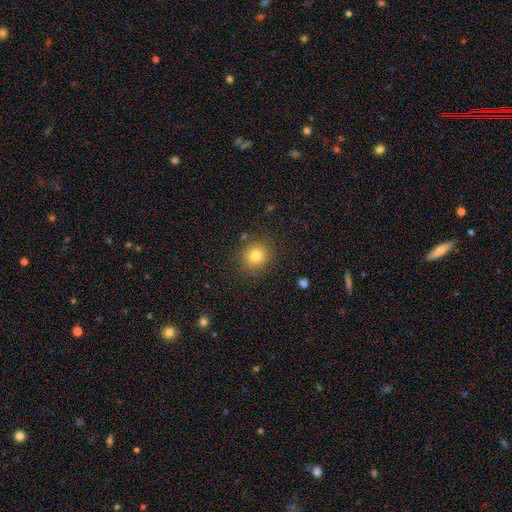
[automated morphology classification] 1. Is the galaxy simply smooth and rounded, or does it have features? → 79% smooth, 13% star or artifact, 8% featured or disk.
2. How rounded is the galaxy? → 87% round, 12% in between, 1% cigar-shaped.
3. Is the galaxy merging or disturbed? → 87% none, 8% minor disturbance, 3% major disturbance, 2% merger.